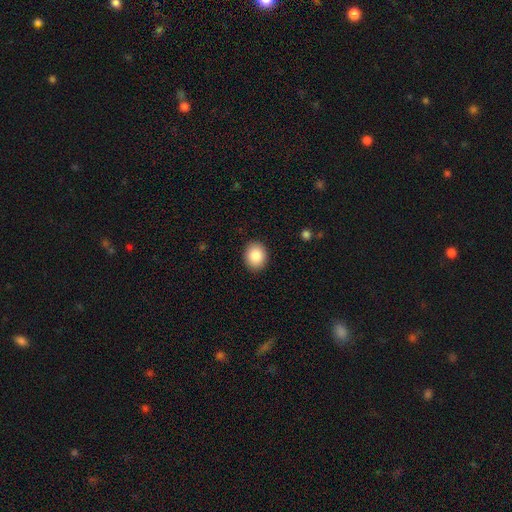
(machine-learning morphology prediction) This is clearly a smooth galaxy (87%). How rounded: likely round (63%). Merging: clearly none (91%).